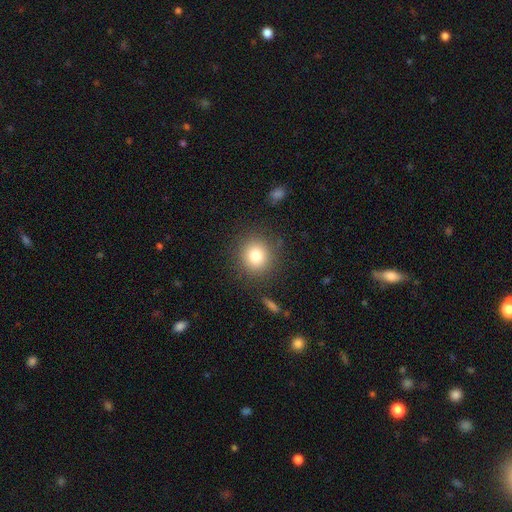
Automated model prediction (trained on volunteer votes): This appears to be a smooth galaxy with no disk features (80%) that is round (89%). Merging: none (85%).